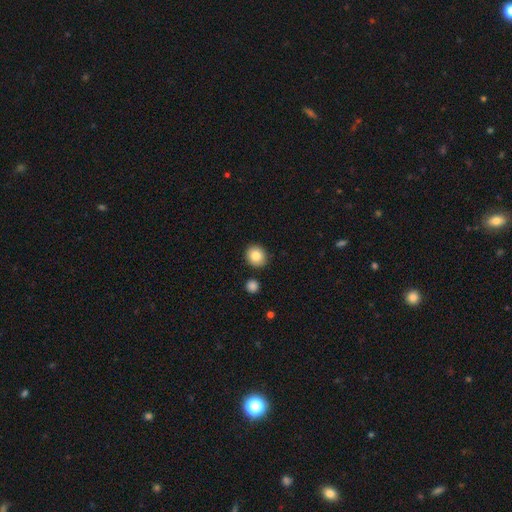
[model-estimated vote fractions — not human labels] Q: Smooth or featured?
A: smooth (85%); runner-up: star or artifact (8%)
Q: How rounded?
A: round (81%); runner-up: in between (18%)
Q: Merging?
A: none (88%); runner-up: minor disturbance (7%)